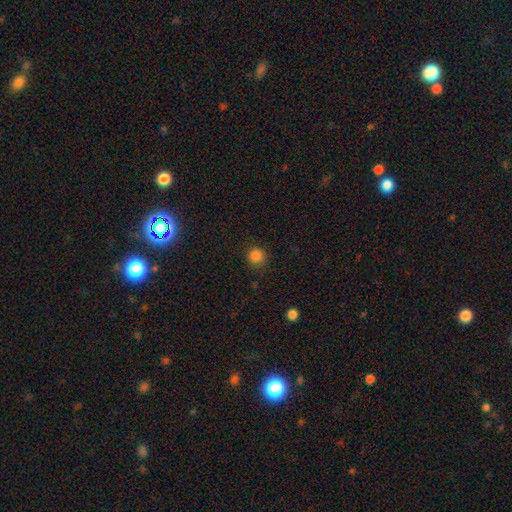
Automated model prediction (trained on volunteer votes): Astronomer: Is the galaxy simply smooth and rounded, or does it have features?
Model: smooth — 84%.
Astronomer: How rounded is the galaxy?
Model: round — 92%.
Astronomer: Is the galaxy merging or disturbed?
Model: none — 87%.